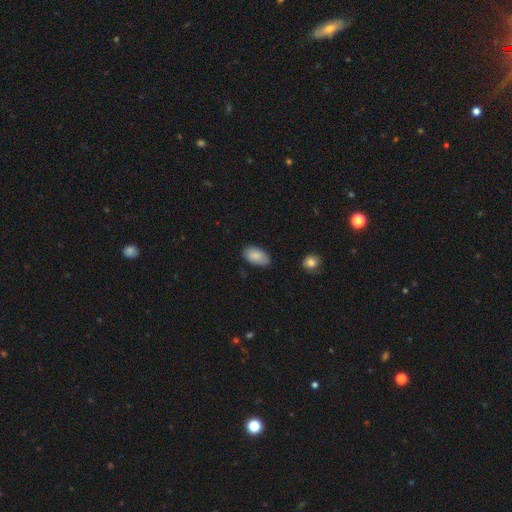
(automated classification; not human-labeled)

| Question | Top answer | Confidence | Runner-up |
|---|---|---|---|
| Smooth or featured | smooth | 88% | star or artifact (7%) |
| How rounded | in between | 94% | round (4%) |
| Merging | none | 76% | minor disturbance (19%) |